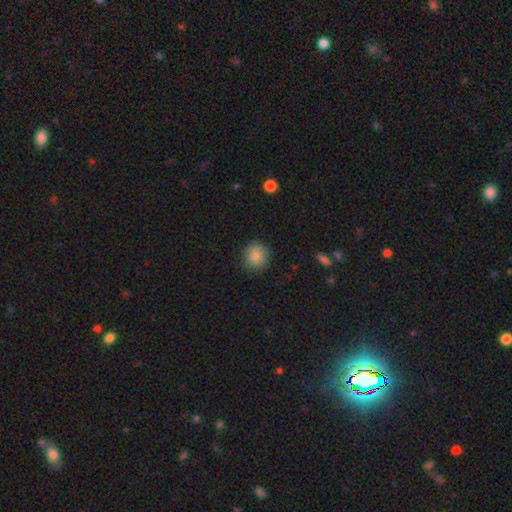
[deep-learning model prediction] This appears to be a smooth galaxy with no disk features (86%) that is round (88%). Merging: none (86%).